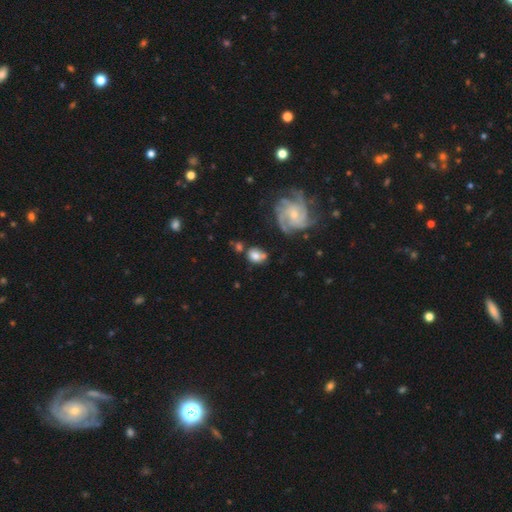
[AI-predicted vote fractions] smooth 60%, featured or disk 31%, star or artifact 9%. Down the decision tree: how rounded — in between (59%); merging — none (57%).